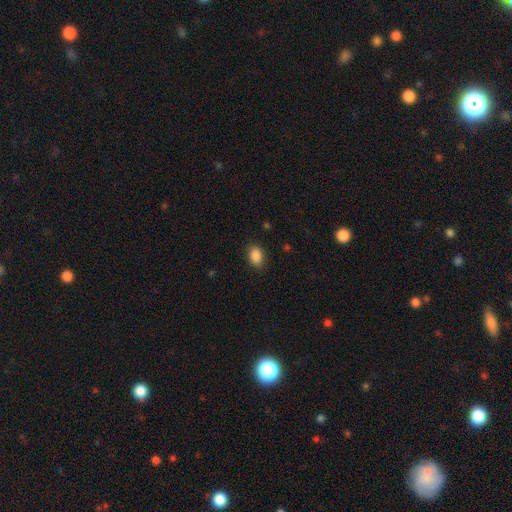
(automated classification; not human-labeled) A smooth galaxy with no disk features (88%) that is in between round and cigar-shaped (82%). Merging: none (86%).